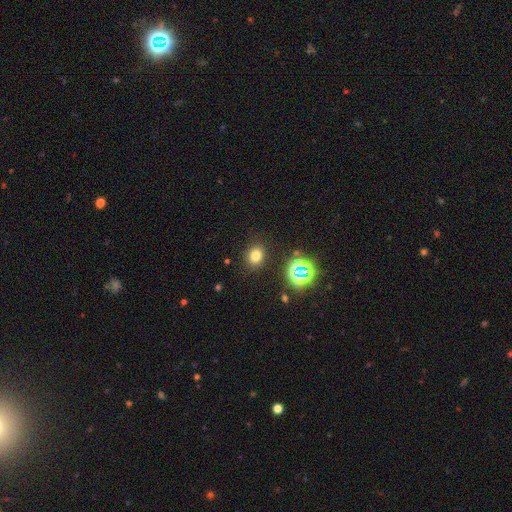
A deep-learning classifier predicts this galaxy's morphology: type=smooth (72%); roundness=round (51%); merging=none (85%).